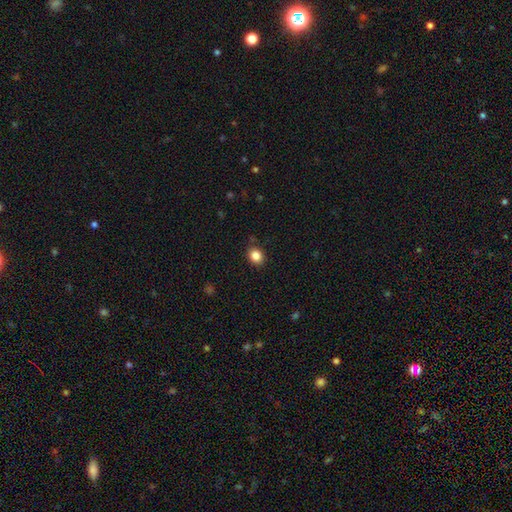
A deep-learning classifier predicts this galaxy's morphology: Smooth or featured? Predicted: smooth (p=0.85). How rounded? Predicted: round (p=0.59). Merging? Predicted: none (p=0.85).